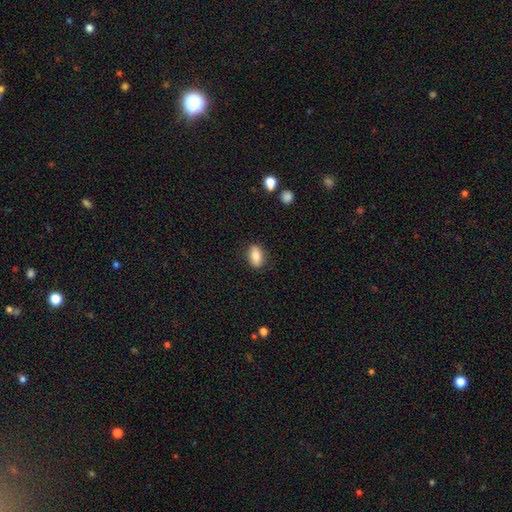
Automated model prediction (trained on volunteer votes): A smooth galaxy with no disk features (81%) that is in between round and cigar-shaped (85%). Merging: none (86%).